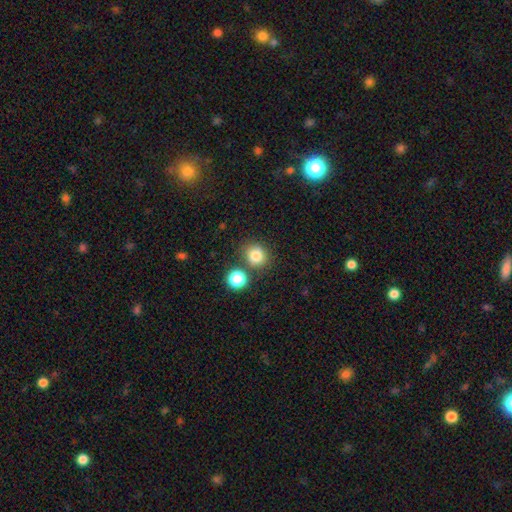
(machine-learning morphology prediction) Smooth or featured? Predicted: smooth (p=0.81). How rounded? Predicted: round (p=0.84). Merging? Predicted: none (p=0.75).